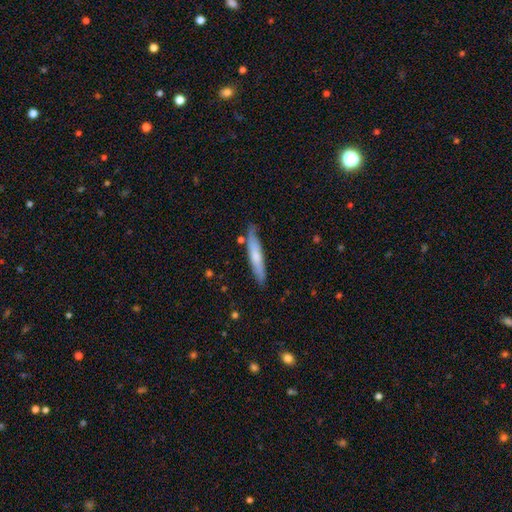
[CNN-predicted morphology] A smooth galaxy with no disk features (62%) that is cigar-shaped (92%).

Vote fractions:
- Smooth or featured? smooth: 62% / featured or disk: 33% / star or artifact: 5%
- How rounded? cigar-shaped: 92% / in between: 7% / round: 1%
- Merging? none: 81% / minor disturbance: 14% / merger: 3% / major disturbance: 2%